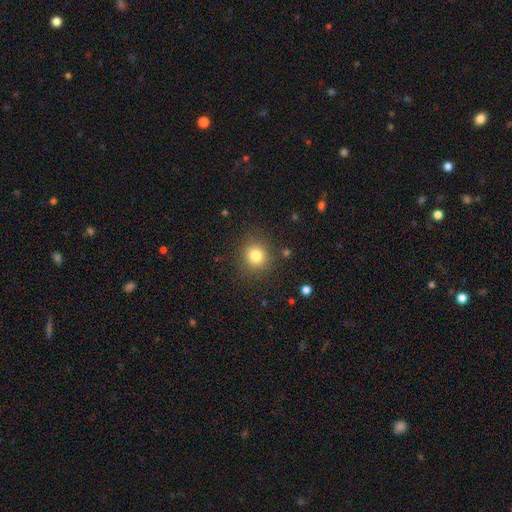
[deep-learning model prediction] Smooth or featured? Predicted: smooth (p=0.80). How rounded? Predicted: round (p=0.85). Merging? Predicted: none (p=0.87).